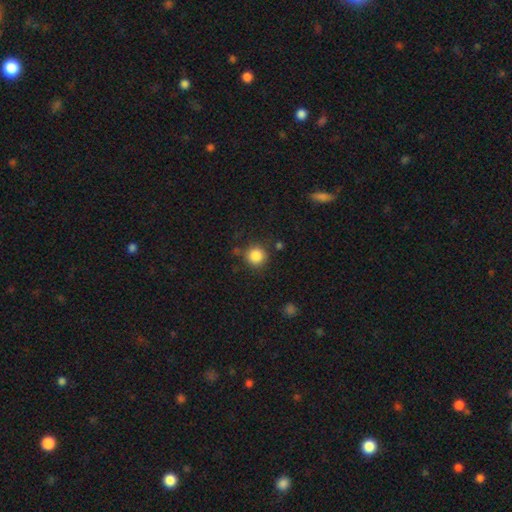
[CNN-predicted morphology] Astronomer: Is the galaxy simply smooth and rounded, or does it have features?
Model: smooth — 86%.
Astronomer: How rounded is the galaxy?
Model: round — 93%.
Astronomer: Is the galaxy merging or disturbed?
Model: none — 82%.